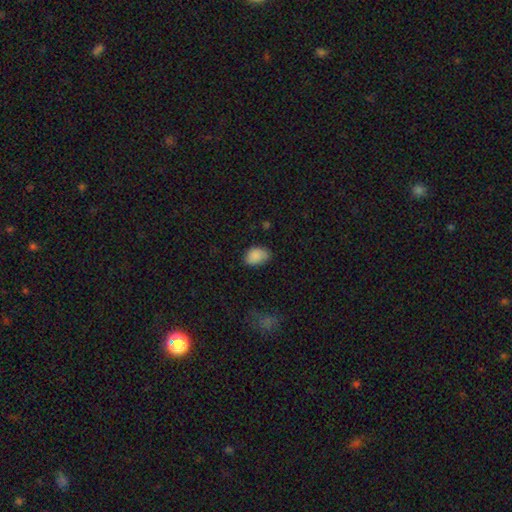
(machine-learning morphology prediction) The model was most divided on "merging": none: 72%, minor disturbance: 22%, major disturbance: 4%, merger: 1%. More confident: smooth or featured — smooth (87%); how rounded — in between (83%).